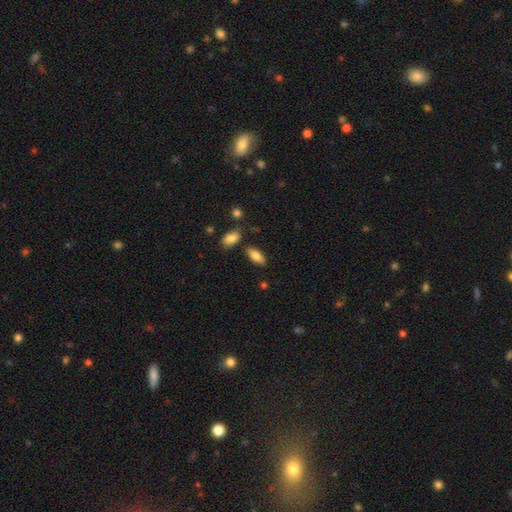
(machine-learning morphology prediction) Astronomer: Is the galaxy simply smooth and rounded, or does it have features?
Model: smooth — 78%.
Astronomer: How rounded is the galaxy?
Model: in between — 80%.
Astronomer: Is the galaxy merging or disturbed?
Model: none — 83%.